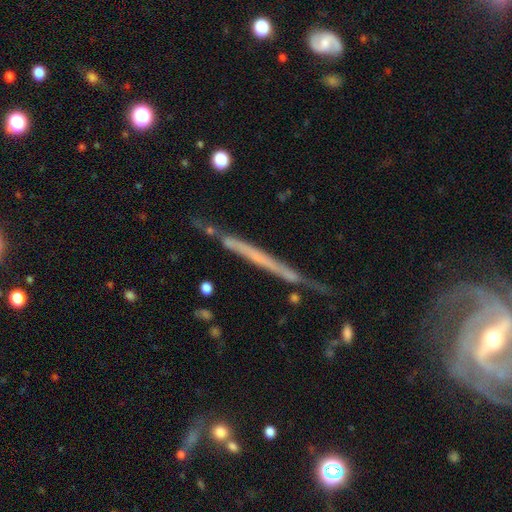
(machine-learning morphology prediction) A featured or disk galaxy (62%) viewed edge-on (95%) with no central bulge (88%).

Vote fractions:
- Smooth or featured? featured or disk: 62% / smooth: 30% / star or artifact: 9%
- Edge-on disk? yes: 95% / no: 5%
- Edge-on bulge? none: 88% / rounded: 8% / boxy: 5%
- Merging? none: 77% / minor disturbance: 16% / major disturbance: 4% / merger: 3%